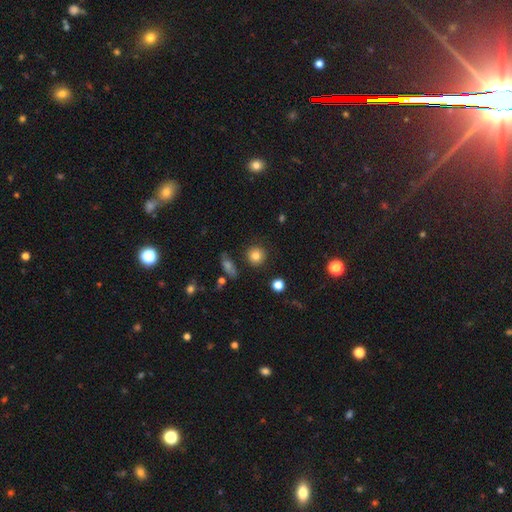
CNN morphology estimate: Smooth or featured? smooth (81%)
How rounded? round (91%)
Merging? none (86%)